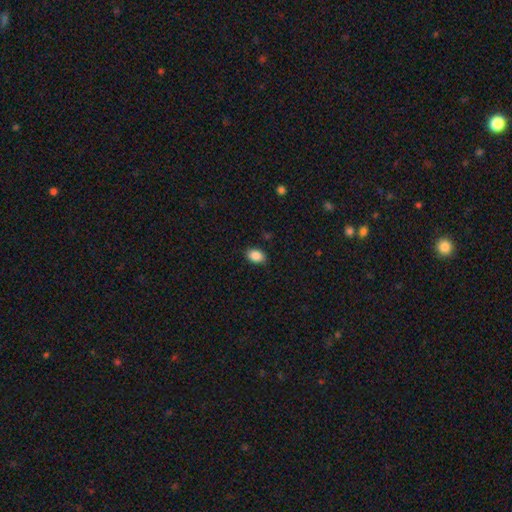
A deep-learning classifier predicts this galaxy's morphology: Smooth or featured? smooth (88%)
How rounded? in between (83%)
Merging? none (87%)